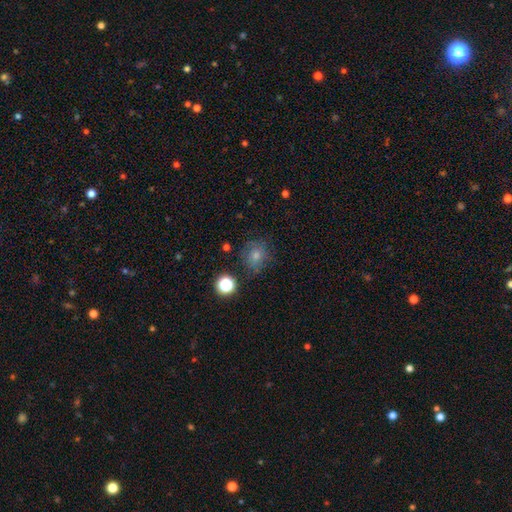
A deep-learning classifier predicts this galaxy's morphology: This is possibly a smooth galaxy (54%). How rounded: clearly round (81%). Merging: likely none (77%).